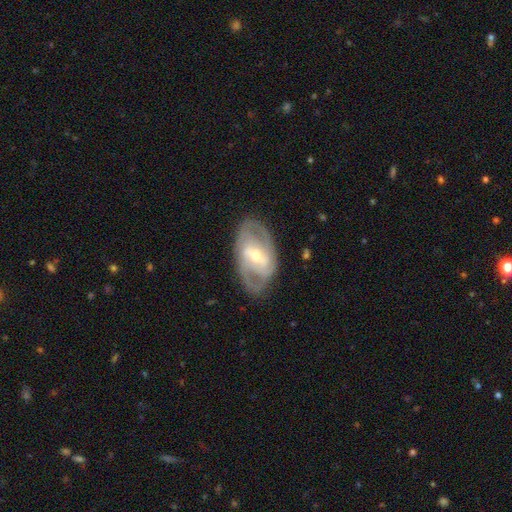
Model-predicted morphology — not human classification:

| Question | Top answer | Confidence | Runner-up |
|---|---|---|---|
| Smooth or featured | featured or disk | 83% | smooth (12%) |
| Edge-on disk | no | 95% | yes (5%) |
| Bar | strong | 43% | tied: weak (43%) |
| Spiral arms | yes | 88% | no (12%) |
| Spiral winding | medium | 46% | tight (38%) |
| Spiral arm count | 2 | 66% | can't tell (16%) |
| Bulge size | moderate | 50% | small (45%) |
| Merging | none | 77% | minor disturbance (15%) |